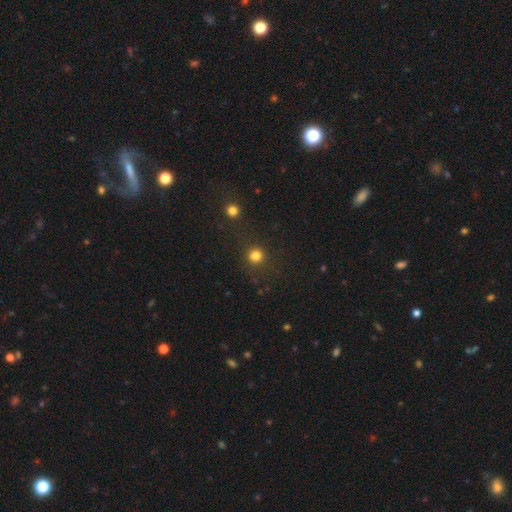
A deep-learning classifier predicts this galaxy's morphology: A smooth galaxy with no disk features (80%) that is round (91%). Merging: none (83%).